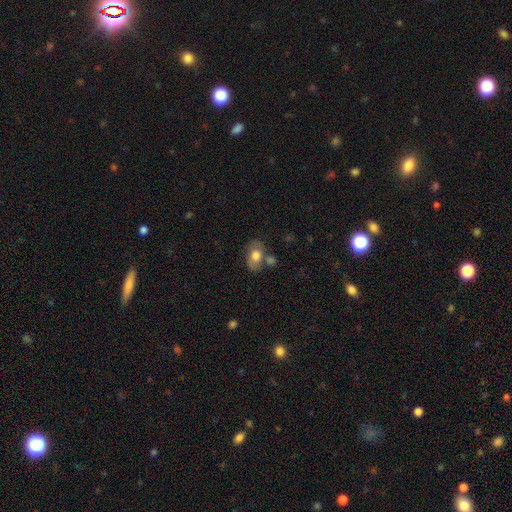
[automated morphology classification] The model was most divided on "merging": none: 55%, merger: 20%, minor disturbance: 18%, major disturbance: 6%. More confident: how rounded — in between (83%); smooth or featured — smooth (69%).